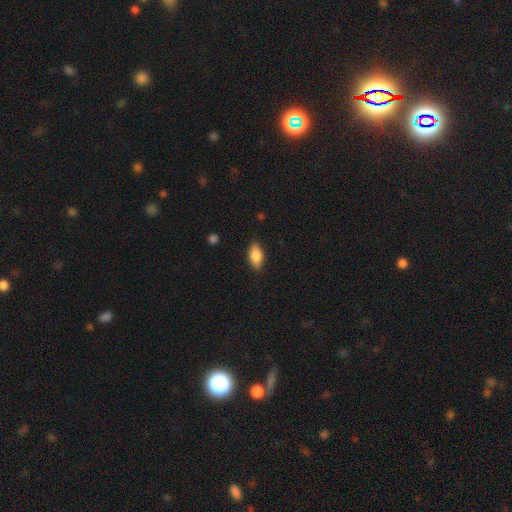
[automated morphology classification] smooth_or_featured: smooth (p=0.81) [alt: featured or disk p=0.12]
how_rounded: in between (p=0.87) [alt: cigar-shaped p=0.09]
merging: none (p=0.86) [alt: minor disturbance p=0.11]